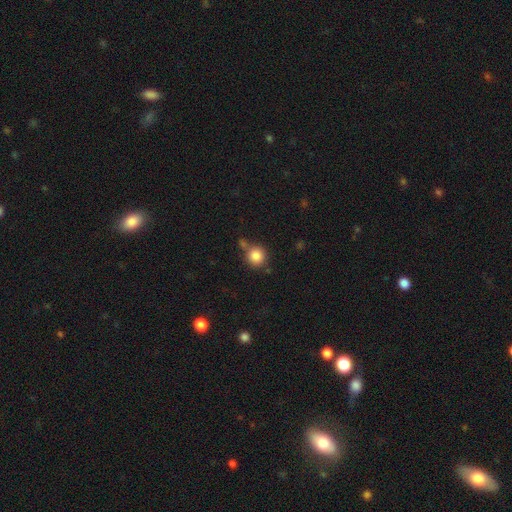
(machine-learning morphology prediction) type=smooth (84%); roundness=round (92%); merging=none (69%).